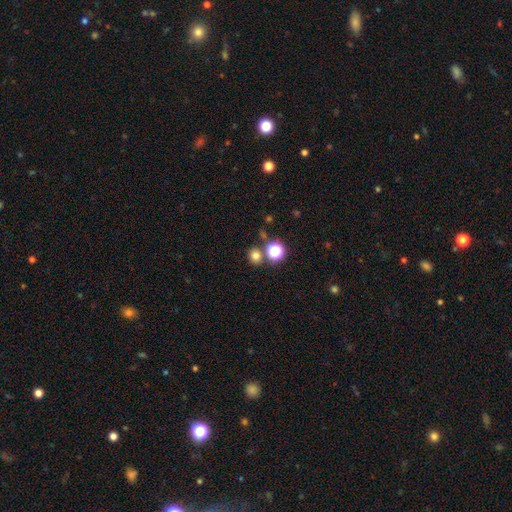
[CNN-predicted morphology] smooth_or_featured: smooth (p=0.74) [alt: star or artifact p=0.20]
how_rounded: round (p=0.82) [alt: in between p=0.17]
merging: none (p=0.75) [alt: merger p=0.14]